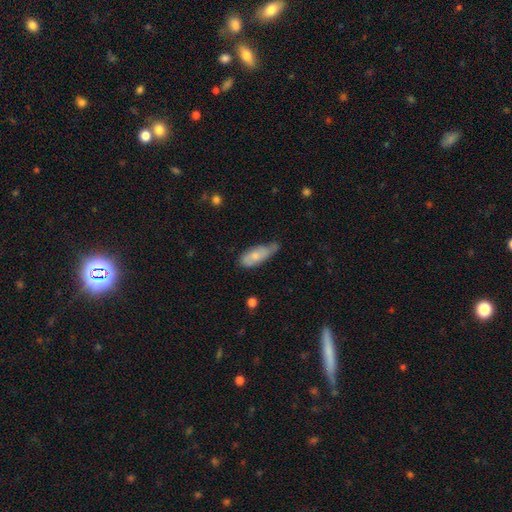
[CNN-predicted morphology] The model was most divided on "merging": minor disturbance: 45%, none: 40%, major disturbance: 11%, merger: 4%. More confident: how rounded — in between (75%); smooth or featured — smooth (69%).